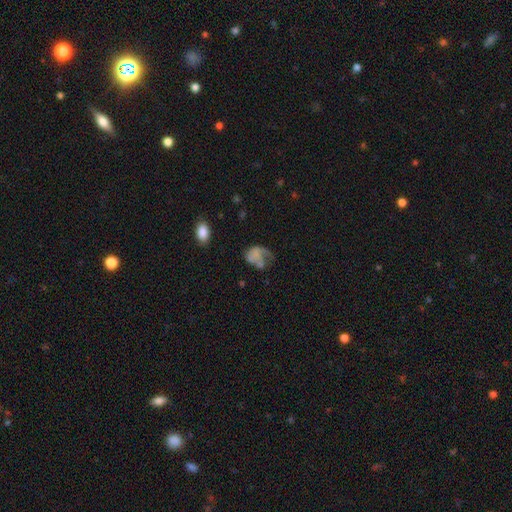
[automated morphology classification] A smooth galaxy with no disk features (48%). Merging: major disturbance (46%).